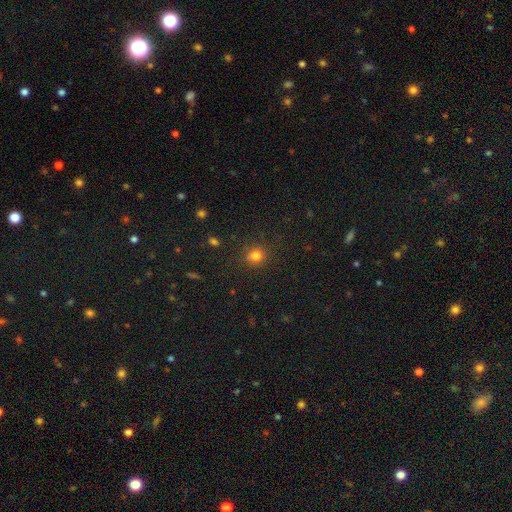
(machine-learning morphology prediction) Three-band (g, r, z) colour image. It shows a smooth galaxy with no disk features (80%) that is round (80%). Merging: none (84%).